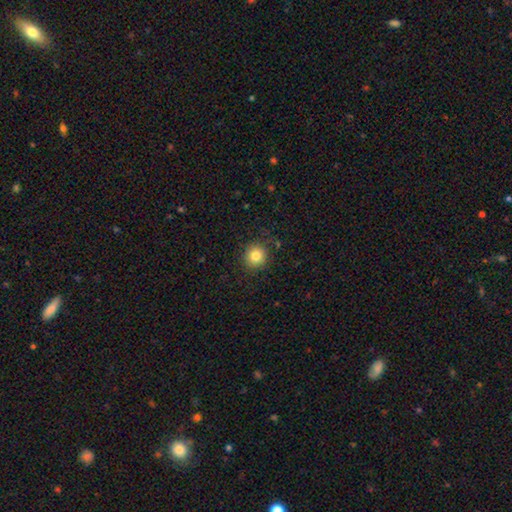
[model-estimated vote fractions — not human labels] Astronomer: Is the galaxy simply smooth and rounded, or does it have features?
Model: smooth — 82%.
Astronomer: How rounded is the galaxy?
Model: round — 91%.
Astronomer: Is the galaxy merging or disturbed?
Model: none — 88%.